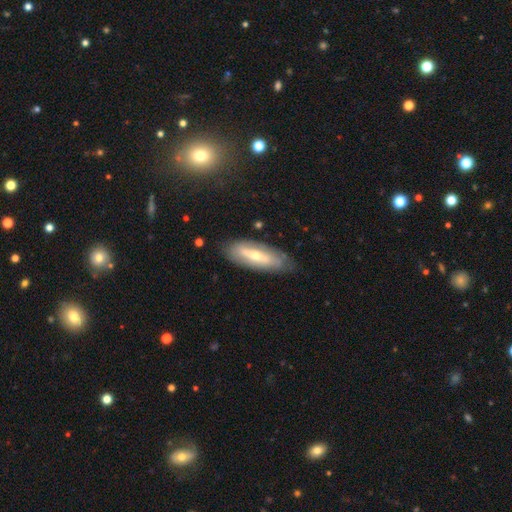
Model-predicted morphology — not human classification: Smooth or featured?
  - featured or disk: 60% *
  - smooth: 33%
  - star or artifact: 7%
Edge-on disk?
  - no: 71% *
  - yes: 29%
Merging?
  - none: 79% *
  - minor disturbance: 16%
  - major disturbance: 4%
  - merger: 2%